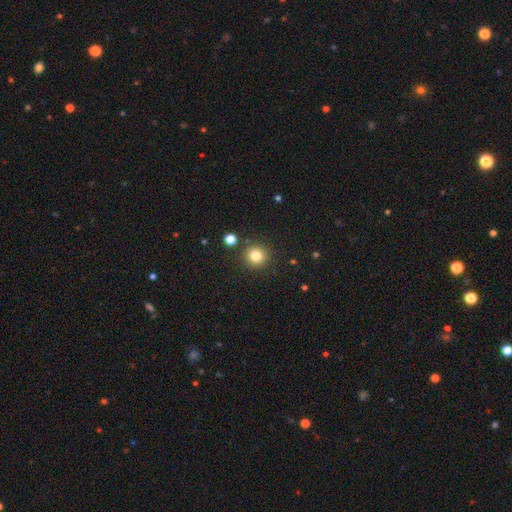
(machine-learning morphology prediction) Overall: smooth (80%). How rounded: round (93%). Merging: none (88%).